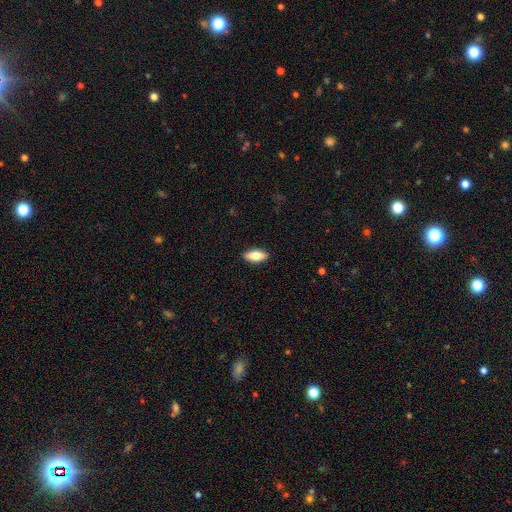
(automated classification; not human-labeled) Smooth or featured?
  - smooth: 74% *
  - featured or disk: 20%
  - star or artifact: 6%
How rounded?
  - in between: 86% *
  - cigar-shaped: 12%
  - round: 3%
Merging?
  - none: 90% *
  - minor disturbance: 7%
  - major disturbance: 2%
  - merger: 1%